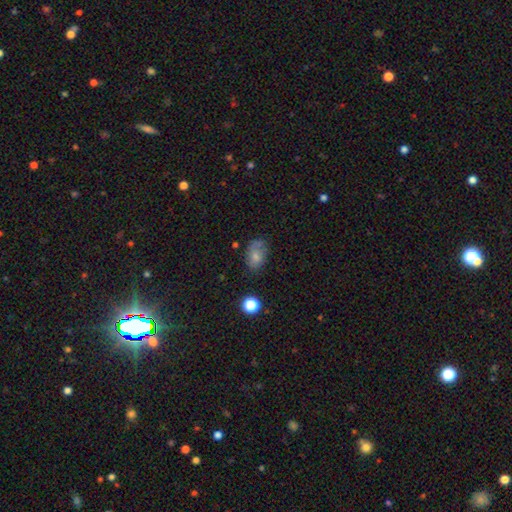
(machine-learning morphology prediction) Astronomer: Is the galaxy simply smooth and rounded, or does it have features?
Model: smooth — 75%.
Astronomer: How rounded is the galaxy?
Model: in between — 84%.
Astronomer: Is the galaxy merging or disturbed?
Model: none — 62%.